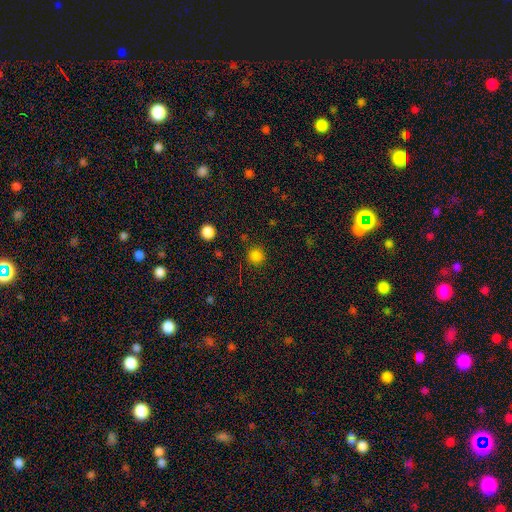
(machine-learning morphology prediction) Smooth or featured? Predicted: smooth (p=0.82). How rounded? Predicted: round (p=0.94). Merging? Predicted: none (p=0.89).